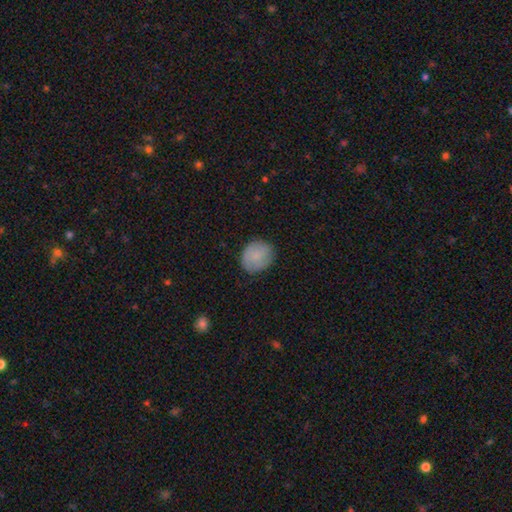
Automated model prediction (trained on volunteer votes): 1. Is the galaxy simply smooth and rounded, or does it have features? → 84% smooth, 9% featured or disk, 7% star or artifact.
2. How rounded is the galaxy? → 70% round, 29% in between, 1% cigar-shaped.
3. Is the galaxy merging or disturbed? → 81% none, 15% minor disturbance, 3% major disturbance, 1% merger.